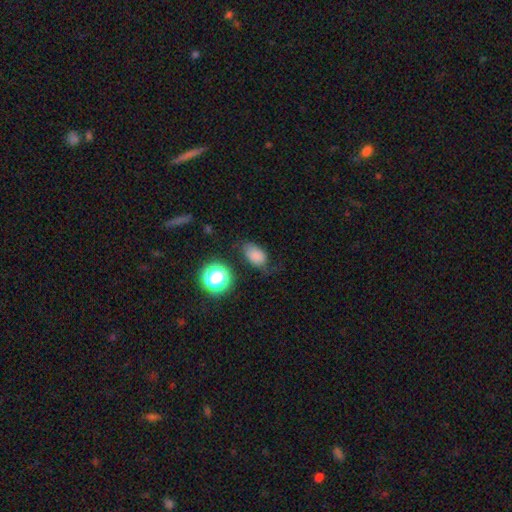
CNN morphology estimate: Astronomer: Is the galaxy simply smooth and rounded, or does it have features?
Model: smooth — 77%.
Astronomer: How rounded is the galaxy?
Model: in between — 82%.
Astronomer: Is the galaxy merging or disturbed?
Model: none — 58%.